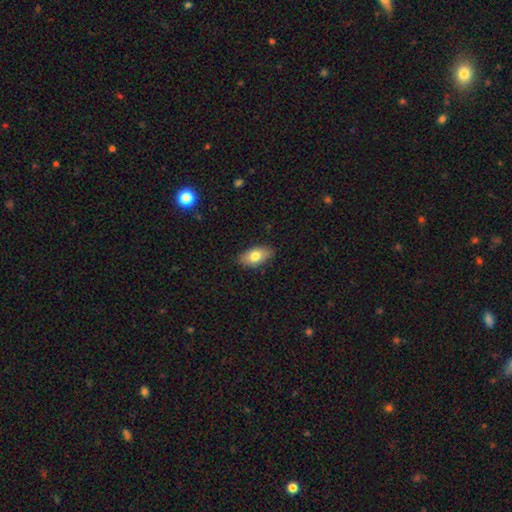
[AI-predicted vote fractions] Morphology: type=smooth (76%); roundness=in between (91%); merging=none (85%).